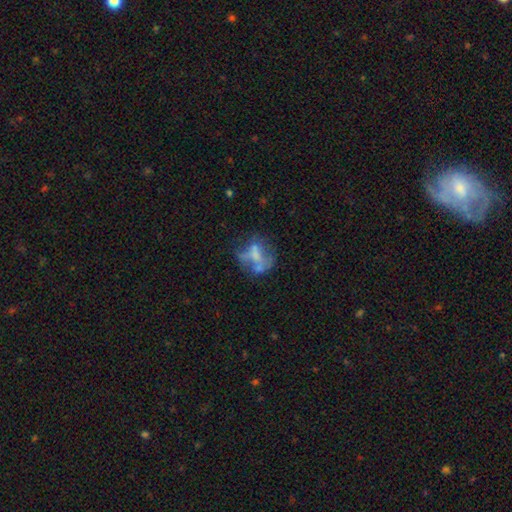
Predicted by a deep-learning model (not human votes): Smooth or featured?
  - featured or disk: 50% *
  - smooth: 36%
  - star or artifact: 13%
Edge-on disk?
  - no: 97% *
  - yes: 3%
Merging?
  - none: 38% *
  - major disturbance: 25%
  - minor disturbance: 19%
  - merger: 17%